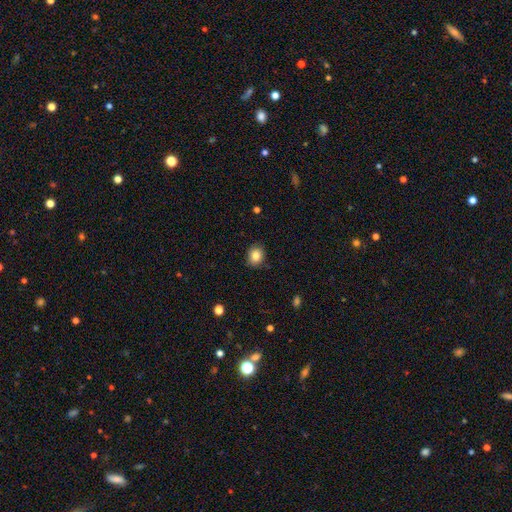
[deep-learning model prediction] This appears to be a smooth galaxy with no disk features (84%) that is round (64%). Merging: none (86%).